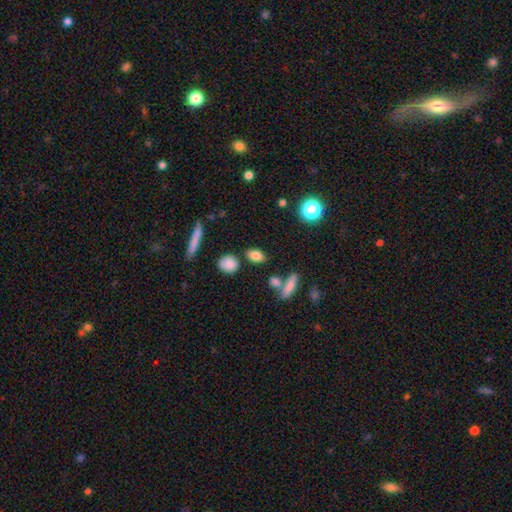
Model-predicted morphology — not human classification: Smooth or featured?
  - smooth: 80% *
  - star or artifact: 11%
  - featured or disk: 9%
How rounded?
  - in between: 80% *
  - round: 13%
  - cigar-shaped: 7%
Merging?
  - none: 77% *
  - minor disturbance: 12%
  - merger: 8%
  - major disturbance: 3%